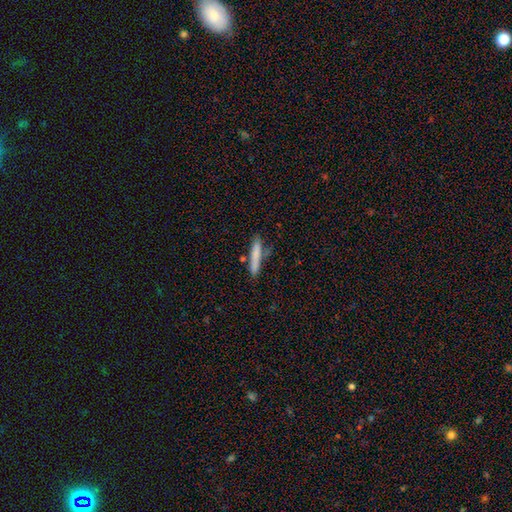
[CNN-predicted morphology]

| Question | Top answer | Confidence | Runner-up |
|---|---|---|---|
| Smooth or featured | smooth | 77% | featured or disk (17%) |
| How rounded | cigar-shaped | 91% | in between (7%) |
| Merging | none | 72% | minor disturbance (16%) |